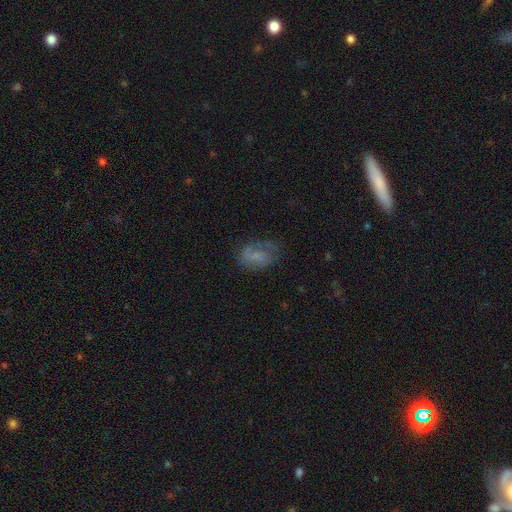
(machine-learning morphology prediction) This is possibly a smooth galaxy (46%). Merging: possibly none (54%).